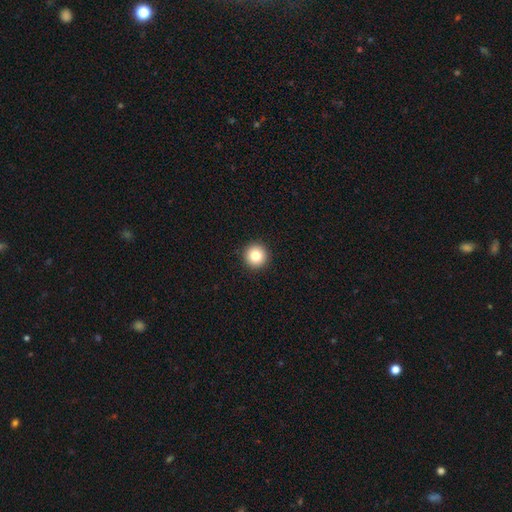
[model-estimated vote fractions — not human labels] smooth_or_featured: smooth (p=0.82) [alt: star or artifact p=0.10]
how_rounded: round (p=0.96) [alt: in between p=0.03]
merging: none (p=0.93) [alt: minor disturbance p=0.04]